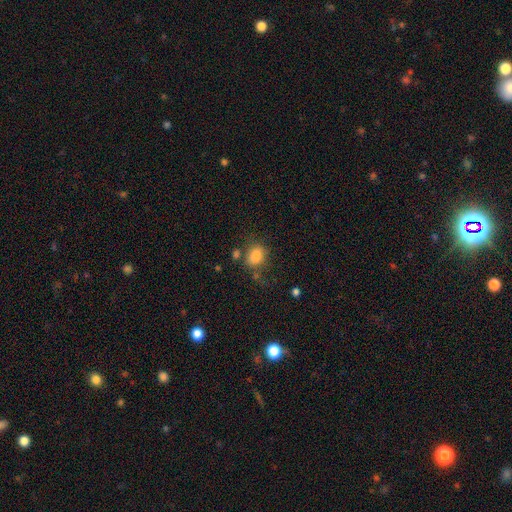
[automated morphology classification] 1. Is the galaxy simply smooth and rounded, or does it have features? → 83% smooth, 10% star or artifact, 7% featured or disk.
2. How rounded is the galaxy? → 63% in between, 35% round, 1% cigar-shaped.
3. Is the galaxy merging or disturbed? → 62% none, 19% minor disturbance, 10% major disturbance, 9% merger.